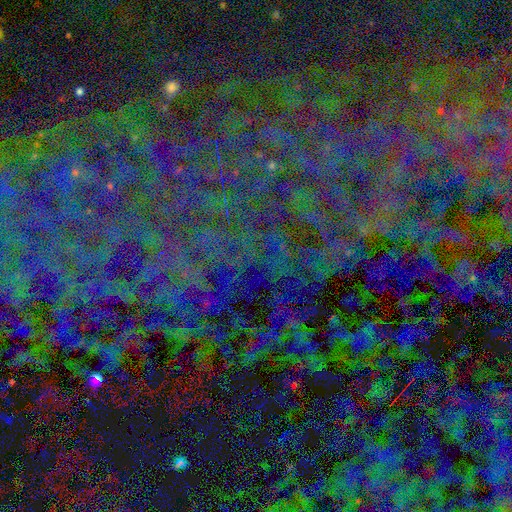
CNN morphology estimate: This is clearly a star or artifact rather than a galaxy (82%).